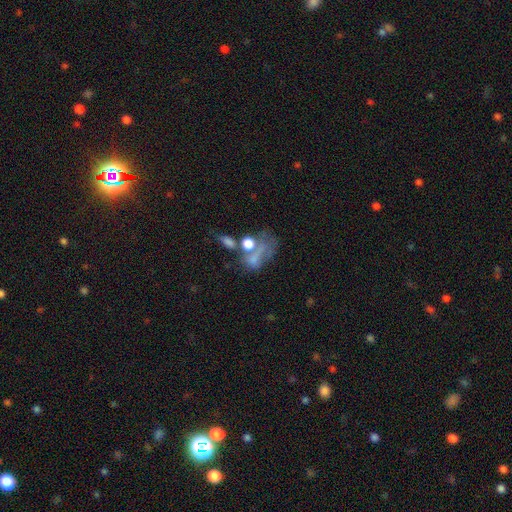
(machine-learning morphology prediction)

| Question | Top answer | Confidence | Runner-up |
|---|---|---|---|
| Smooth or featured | smooth | 45% | featured or disk (32%) |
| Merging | major disturbance | 32% | merger (31%) |